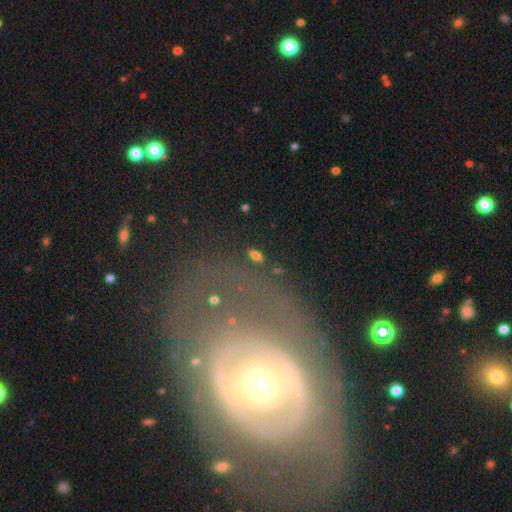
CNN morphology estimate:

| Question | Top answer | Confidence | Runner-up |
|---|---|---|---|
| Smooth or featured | smooth | 70% | star or artifact (16%) |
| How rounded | in between | 85% | cigar-shaped (9%) |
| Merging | none | 82% | minor disturbance (10%) |